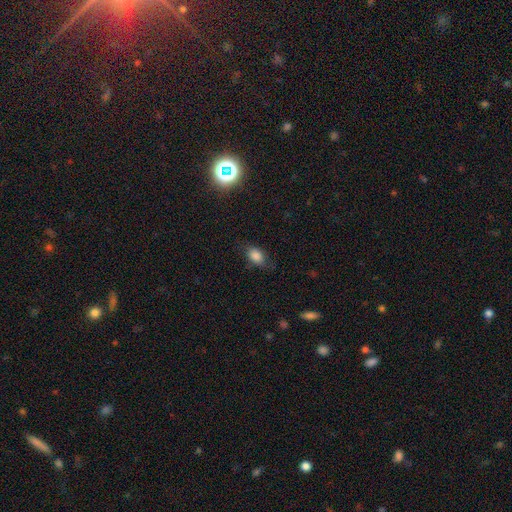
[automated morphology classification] Smooth or featured? Predicted: smooth (p=0.81). How rounded? Predicted: in between (p=0.80). Merging? Predicted: none (p=0.72).